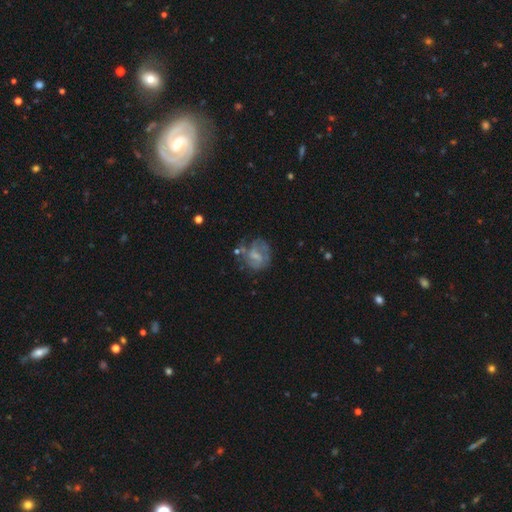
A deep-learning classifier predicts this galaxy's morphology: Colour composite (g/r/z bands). It shows a featured or disk galaxy (68%) with a weak bar (49%), 2 (48%) medium (43%) spiral arms (80%) and a small central bulge (43%). Merging: none (55%).